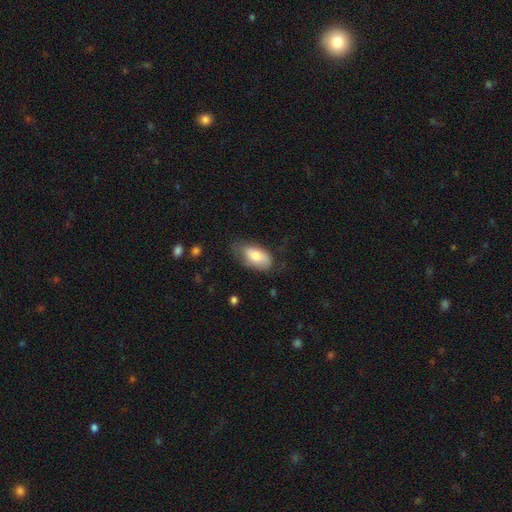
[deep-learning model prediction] Smooth or featured: smooth — 74% (featured or disk — 19%)
How rounded: in between — 93% (round — 4%)
Merging: none — 55% (minor disturbance — 32%)